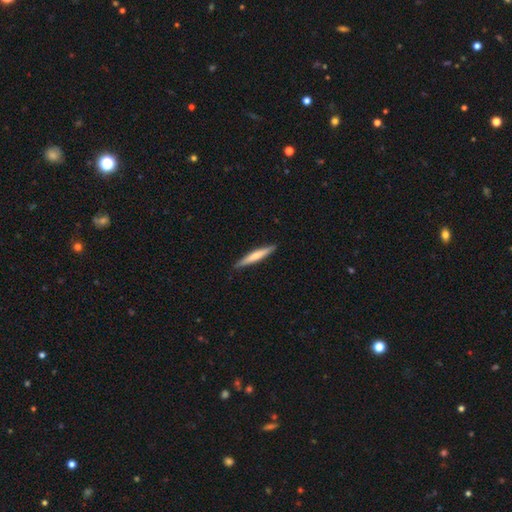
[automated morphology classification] type=smooth (61%); roundness=cigar-shaped (94%); merging=none (90%).